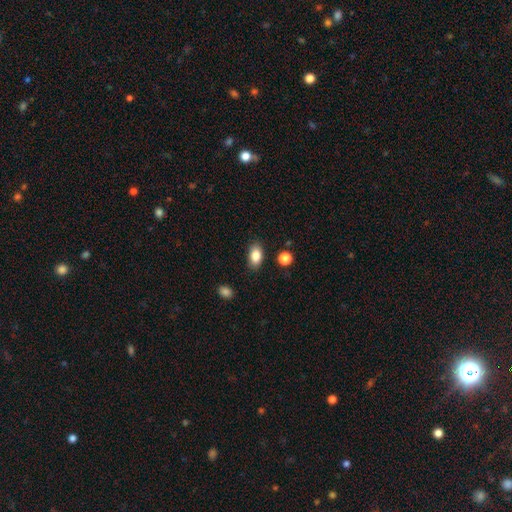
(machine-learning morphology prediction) Q: Smooth or featured?
A: smooth (85%); runner-up: star or artifact (8%)
Q: How rounded?
A: in between (89%); runner-up: round (9%)
Q: Merging?
A: none (86%); runner-up: minor disturbance (10%)